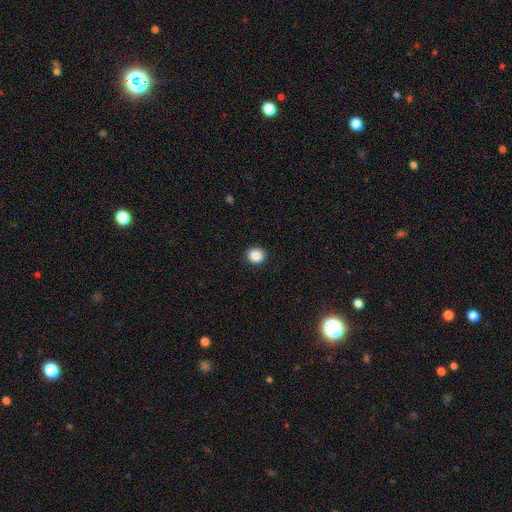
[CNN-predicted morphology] This is clearly a smooth galaxy (88%). How rounded: clearly round (89%). Merging: clearly none (92%).